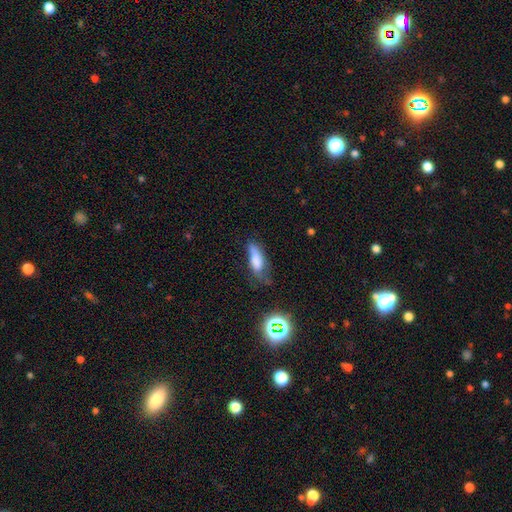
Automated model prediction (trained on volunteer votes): Smooth or featured?
  - smooth: 64% *
  - featured or disk: 21%
  - star or artifact: 15%
How rounded?
  - in between: 56% *
  - cigar-shaped: 40%
  - round: 4%
Merging?
  - none: 42% *
  - minor disturbance: 35%
  - major disturbance: 19%
  - merger: 4%